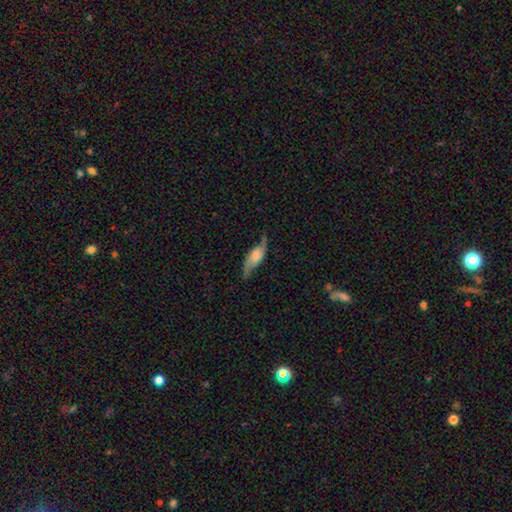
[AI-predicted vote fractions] Smooth or featured? featured or disk (65%)
Edge-on disk? no (81%)
Bar? no (64%)
Spiral arms? yes (89%)
Bulge size? none (26%)
Merging? none (63%)